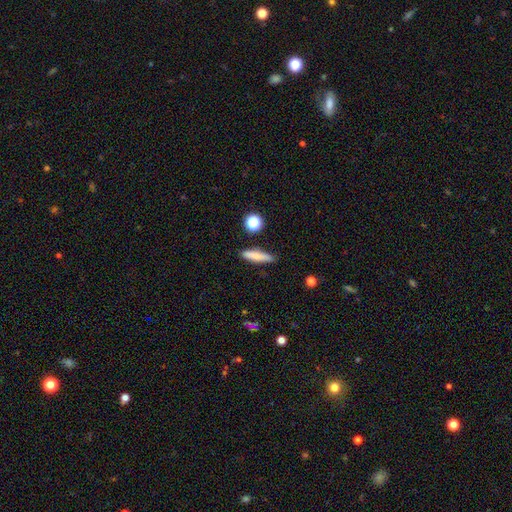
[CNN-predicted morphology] Q: Smooth or featured?
A: smooth (76%); runner-up: featured or disk (16%)
Q: How rounded?
A: cigar-shaped (83%); runner-up: in between (14%)
Q: Merging?
A: none (83%); runner-up: minor disturbance (12%)